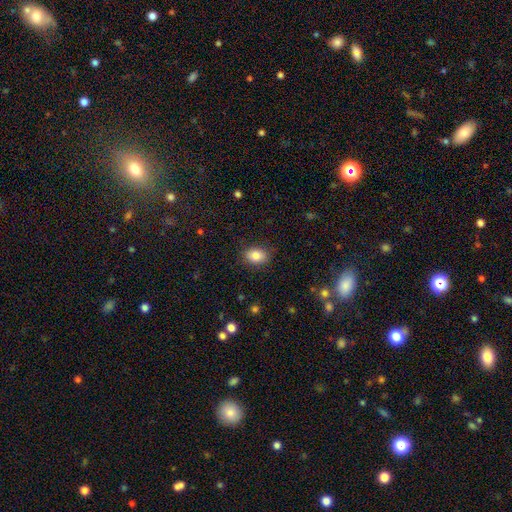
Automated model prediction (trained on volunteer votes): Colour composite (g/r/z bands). It shows a smooth galaxy with no disk features (84%) that is in between round and cigar-shaped (77%). Merging: none (86%).